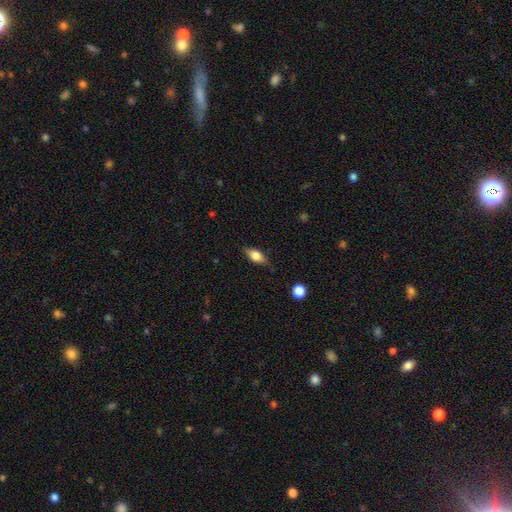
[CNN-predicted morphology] smooth-or-featured: smooth: 66% | featured or disk: 27% | star or artifact: 8%
  how-rounded: in between: 80% | cigar-shaped: 13% | round: 6%
  merging: none: 81% | minor disturbance: 15% | major disturbance: 3% | merger: 1%